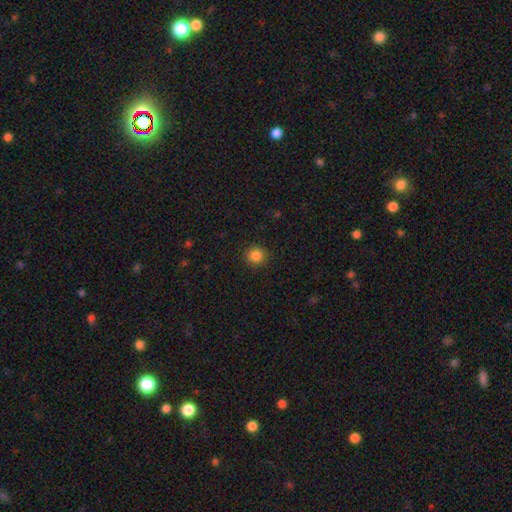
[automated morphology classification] smooth 85%, star or artifact 11%, featured or disk 4%. Down the decision tree: how rounded — round (91%); merging — none (90%).